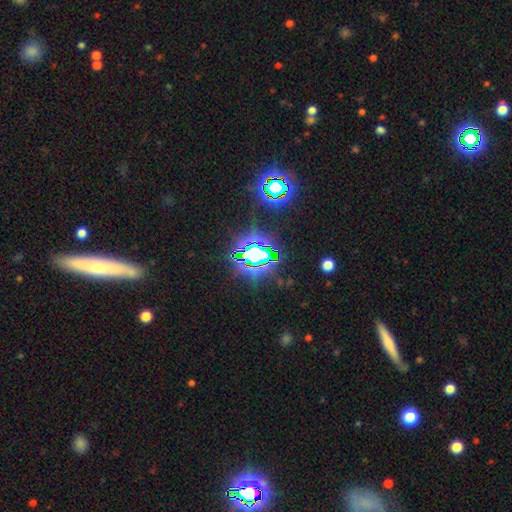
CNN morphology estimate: Q: Smooth or featured?
A: star or artifact (78%); runner-up: smooth (12%)